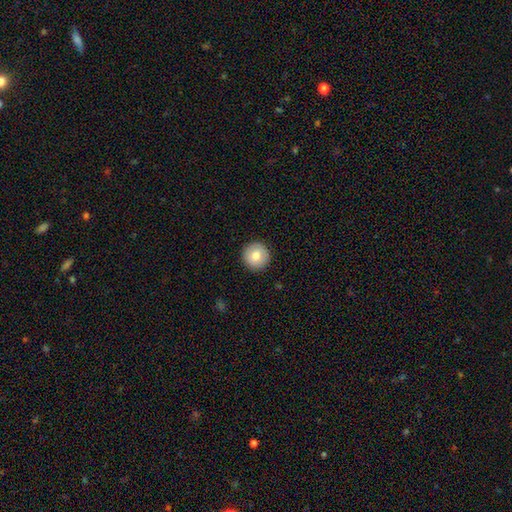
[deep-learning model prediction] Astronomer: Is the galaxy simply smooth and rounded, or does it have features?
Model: smooth — 81%.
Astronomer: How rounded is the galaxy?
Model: round — 96%.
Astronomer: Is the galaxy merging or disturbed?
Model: none — 92%.